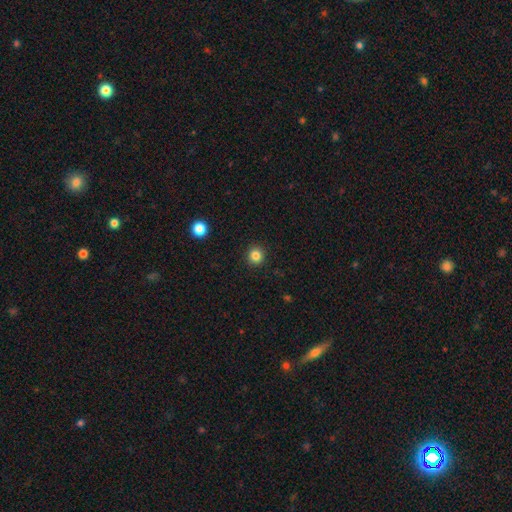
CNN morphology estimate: The model was most divided on "smooth or featured": smooth: 83%, star or artifact: 12%, featured or disk: 4%. More confident: how rounded — round (93%); merging — none (92%).